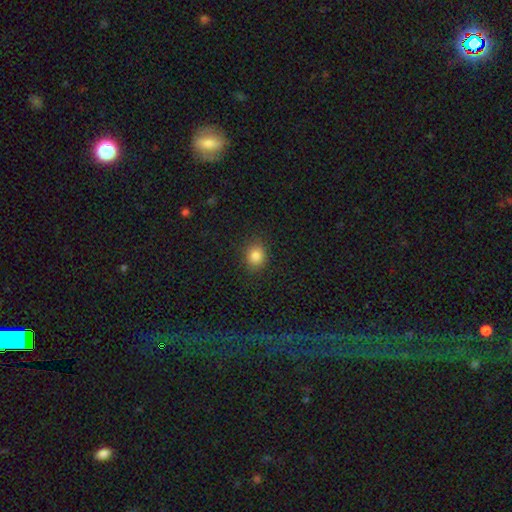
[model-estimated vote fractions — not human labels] smooth-or-featured: smooth: 84% | star or artifact: 11% | featured or disk: 5%
  how-rounded: round: 66% | in between: 33% | cigar-shaped: 1%
  merging: none: 87% | minor disturbance: 9% | major disturbance: 3% | merger: 1%